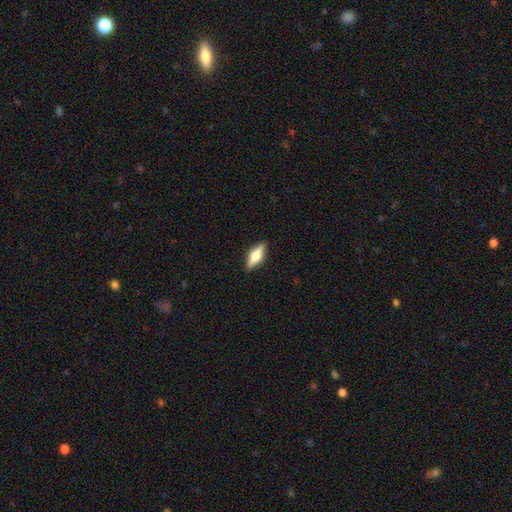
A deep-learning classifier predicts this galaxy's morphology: Smooth or featured? smooth (51%)
How rounded? in between (53%)
Merging? none (89%)